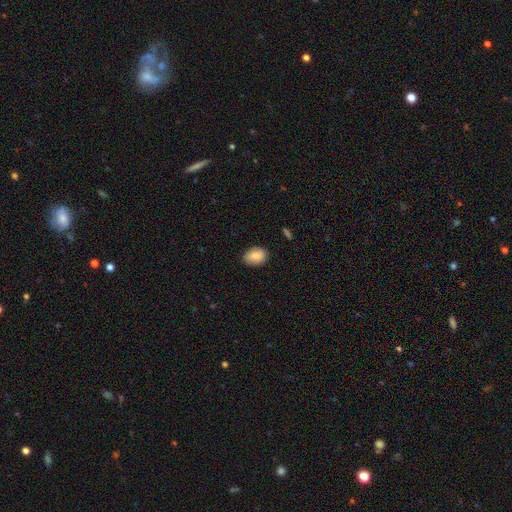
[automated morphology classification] Smooth or featured?
  - smooth: 79% *
  - featured or disk: 14%
  - star or artifact: 7%
How rounded?
  - in between: 74% *
  - round: 24%
  - cigar-shaped: 1%
Merging?
  - none: 87% *
  - minor disturbance: 10%
  - major disturbance: 2%
  - merger: 1%